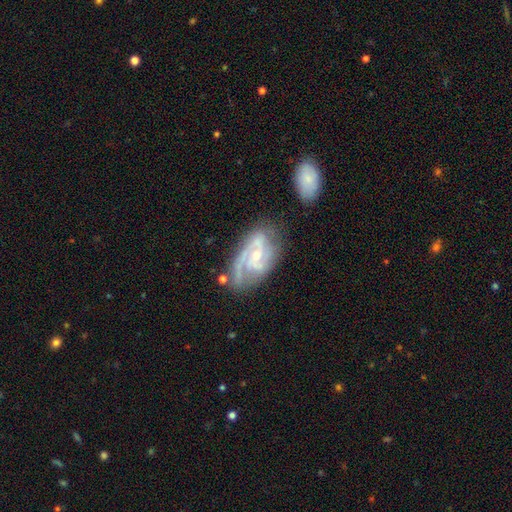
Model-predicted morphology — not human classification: The model was most divided on "bar": no: 45%, weak: 43%, strong: 12%. Remaining: edge-on disk — no (96%); spiral arms — yes (95%); smooth or featured — featured or disk (86%); bulge size — small (63%); merging — none (58%); spiral arm count — 2 (55%); spiral winding — medium (48%).